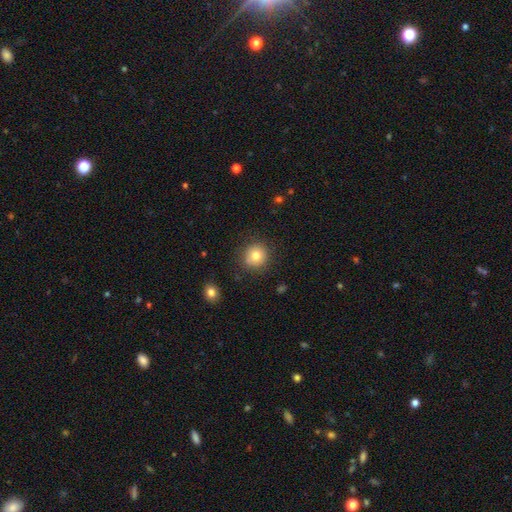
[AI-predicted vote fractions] A smooth galaxy with no disk features (78%) that is round (92%).

Vote fractions:
- Smooth or featured? smooth: 78% / featured or disk: 11% / star or artifact: 11%
- How rounded? round: 92% / in between: 7% / cigar-shaped: 1%
- Merging? none: 85% / minor disturbance: 10% / major disturbance: 3% / merger: 2%